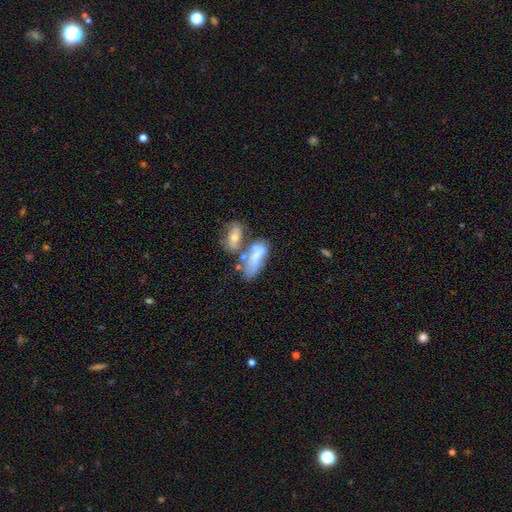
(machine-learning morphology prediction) A smooth galaxy with no disk features (58%) that is in between round and cigar-shaped (79%). Merging: merger (47%).